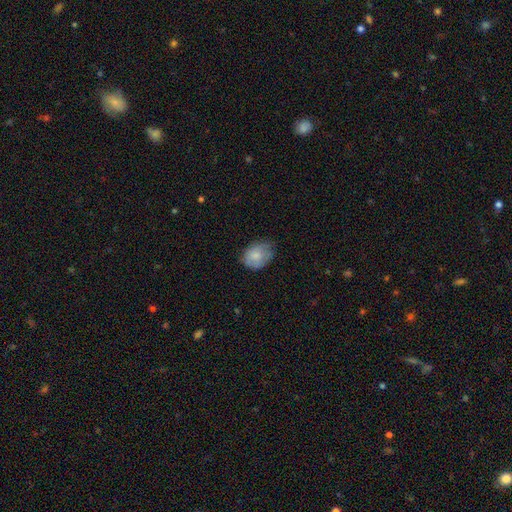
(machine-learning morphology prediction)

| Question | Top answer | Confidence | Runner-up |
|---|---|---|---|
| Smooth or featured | smooth | 76% | featured or disk (17%) |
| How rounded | in between | 65% | round (34%) |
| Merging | none | 59% | minor disturbance (32%) |